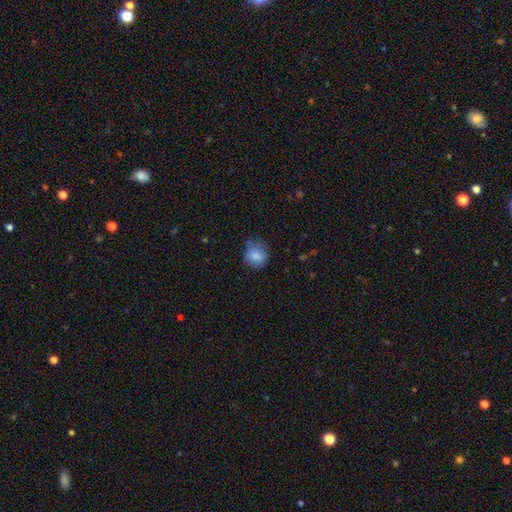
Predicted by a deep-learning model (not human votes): This appears to be a smooth galaxy with no disk features (81%) that is round (74%). Merging: none (63%).